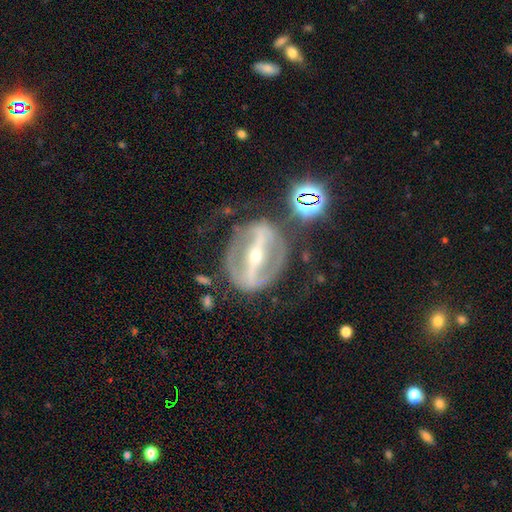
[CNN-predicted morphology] smooth-or-featured: featured or disk: 87% | smooth: 7% | star or artifact: 6%
  disk-edge-on: no: 88% | yes: 12%
    bar: strong: 88% | weak: 8% | no: 4%
    has-spiral-arms: yes: 58% | no: 42%
    bulge-size: small: 61% | moderate: 36% | large: 1% | dominant: 1% | none: 1%
  merging: none: 67% | minor disturbance: 16% | major disturbance: 12% | merger: 4%